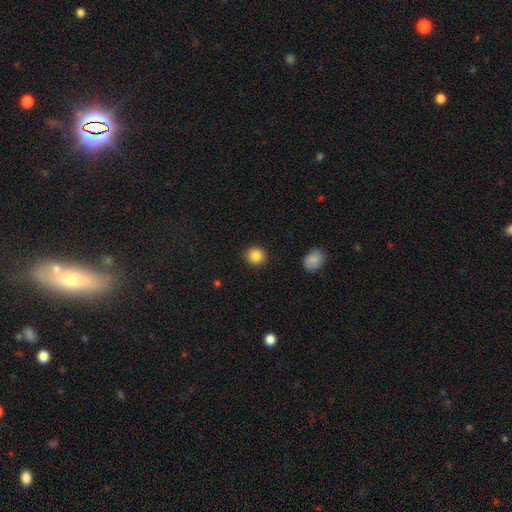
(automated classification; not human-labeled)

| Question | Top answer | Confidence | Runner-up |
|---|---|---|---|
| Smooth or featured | smooth | 87% | star or artifact (9%) |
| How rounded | round | 91% | in between (8%) |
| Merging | none | 91% | minor disturbance (5%) |